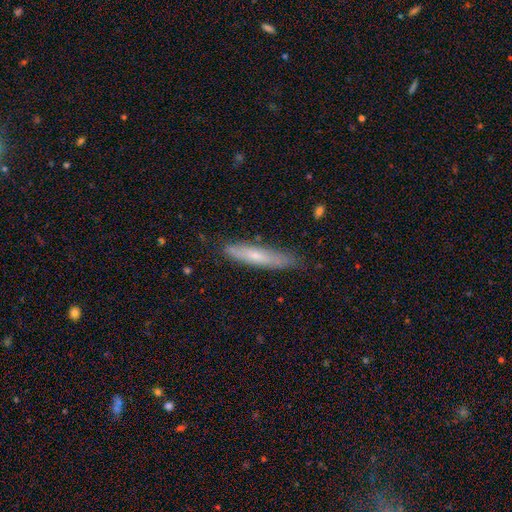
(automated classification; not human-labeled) Overall: smooth (56%; featured or disk 37%). How rounded: cigar-shaped (89%). Merging: none (78%).